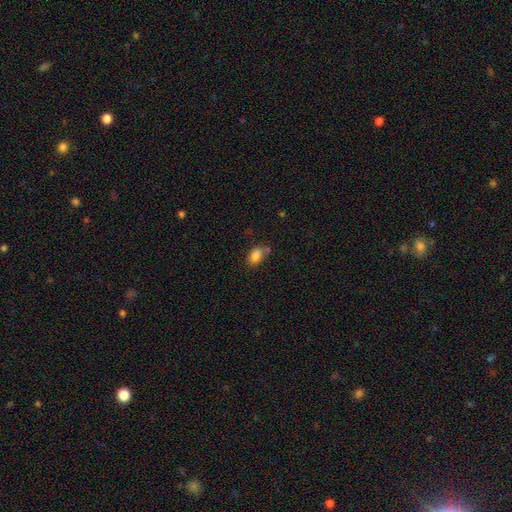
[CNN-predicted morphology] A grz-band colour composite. It shows a smooth galaxy with no disk features (84%) that is in between round and cigar-shaped (83%). Merging: none (55%).